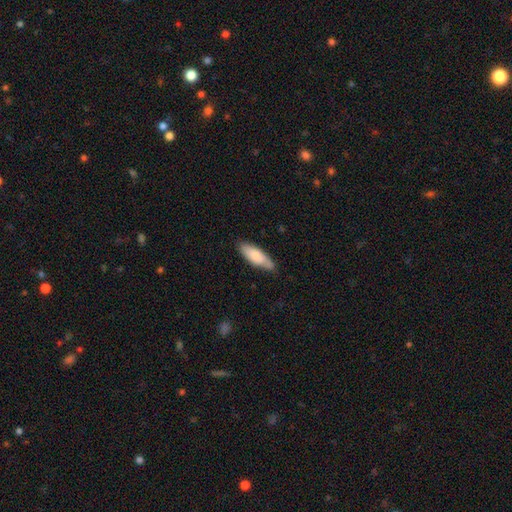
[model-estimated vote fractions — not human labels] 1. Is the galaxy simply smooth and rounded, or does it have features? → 79% smooth, 15% featured or disk, 6% star or artifact.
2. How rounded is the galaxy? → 65% in between, 33% cigar-shaped, 2% round.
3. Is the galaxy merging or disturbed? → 72% none, 23% minor disturbance, 3% major disturbance, 2% merger.